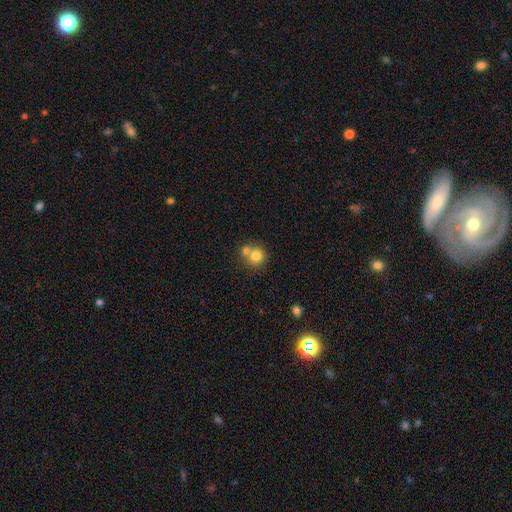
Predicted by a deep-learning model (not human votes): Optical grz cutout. It shows a smooth galaxy with no disk features (78%) that is round (90%). Merging: none (50%).